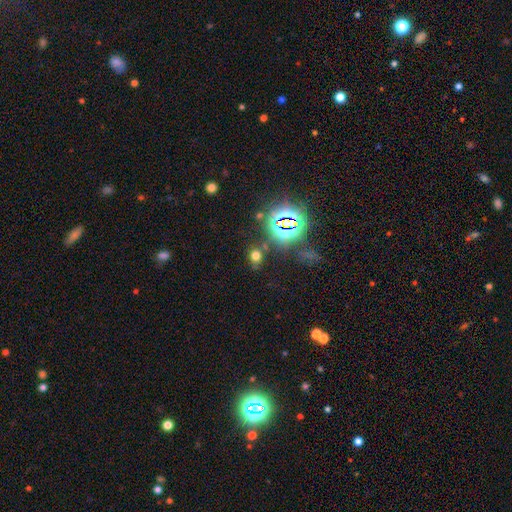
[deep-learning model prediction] Morphology: type=smooth (57%); roundness=round (58%); merging=none (76%).